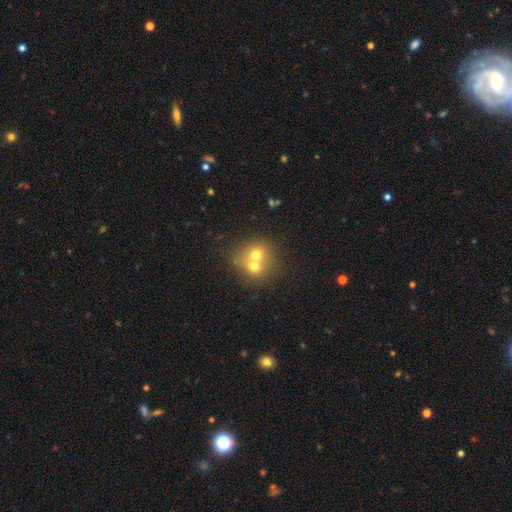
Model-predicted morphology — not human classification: This appears to be a smooth galaxy with no disk features (61%) that is round (79%). Merging: merger (62%).